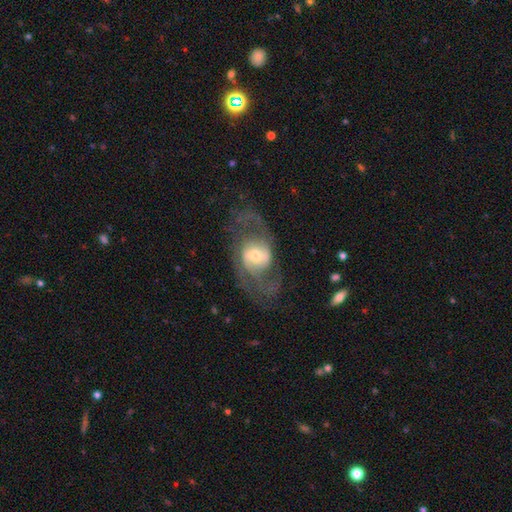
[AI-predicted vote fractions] The model was most divided on "bar" (2-way tie): no: 41%, weak: 41%, strong: 17%. Remaining: edge-on disk — no (95%); spiral arms — yes (88%); spiral arm count — 2 (83%); smooth or featured — featured or disk (79%); merging — none (63%); bulge size — moderate (50%); spiral winding — medium (48%).